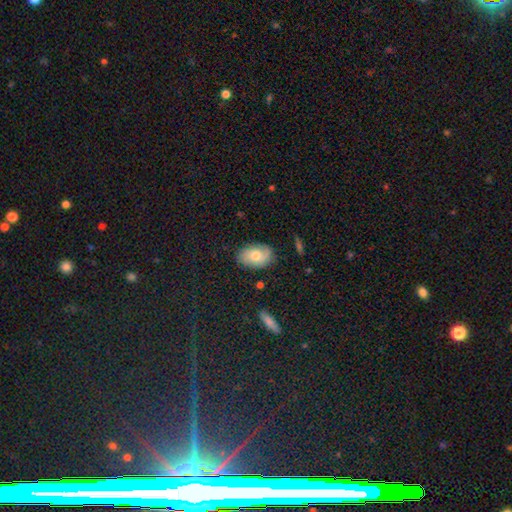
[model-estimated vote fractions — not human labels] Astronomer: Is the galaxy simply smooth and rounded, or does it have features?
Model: smooth — 58% (runner-up: featured or disk, 34%).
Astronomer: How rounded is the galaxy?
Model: in between — 86%.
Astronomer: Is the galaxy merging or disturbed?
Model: none — 79%.